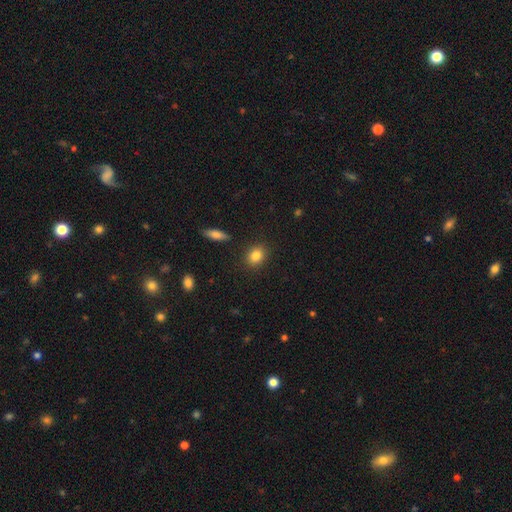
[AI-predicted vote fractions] This appears to be a smooth galaxy with no disk features (85%) that is round (56%). Merging: none (88%).